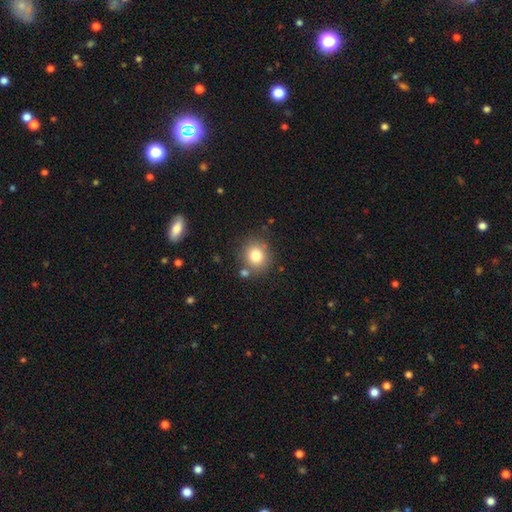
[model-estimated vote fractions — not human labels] Smooth or featured: smooth — 79% (star or artifact — 11%)
How rounded: round — 84% (in between — 15%)
Merging: none — 78% (minor disturbance — 10%)